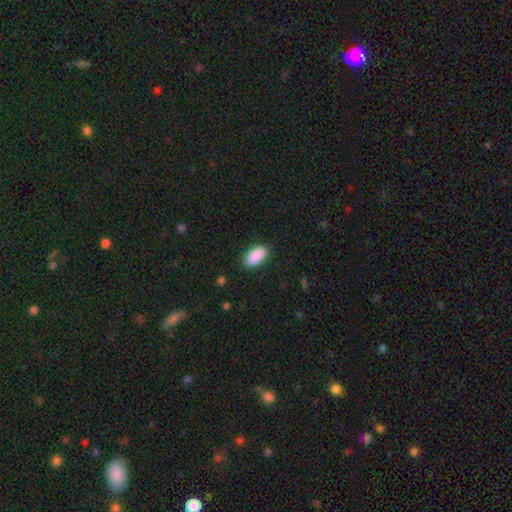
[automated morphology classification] Smooth or featured: smooth — 90% (star or artifact — 6%)
How rounded: in between — 94% (cigar-shaped — 3%)
Merging: none — 87% (minor disturbance — 10%)